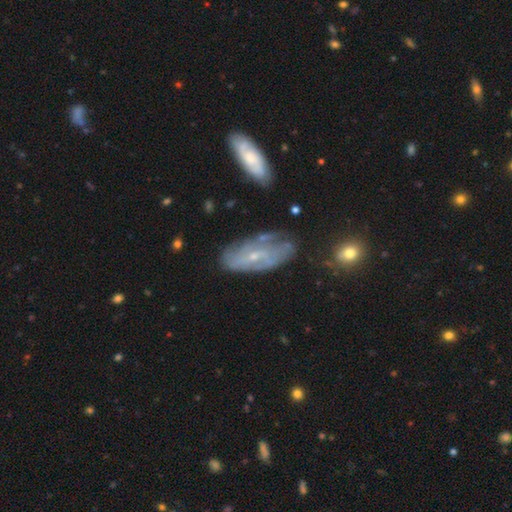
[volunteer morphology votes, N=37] Q: Smooth or featured?
A: featured or disk (73%); runner-up: smooth (19%)
Q: Edge-on disk?
A: no (93%); runner-up: yes (7%)
Q: Bar?
A: no (64%); runner-up: weak (32%)
Q: Spiral arms?
A: yes (68%); runner-up: no (32%)
Q: Spiral winding?
A: tight (59%); runner-up: medium (29%)
Q: Spiral arm count?
A: can't tell (65%); runner-up: 2 (12%)
Q: Bulge size?
A: small (80%); runner-up: moderate (20%)
Q: Merging?
A: none (50%); runner-up: minor disturbance (35%)